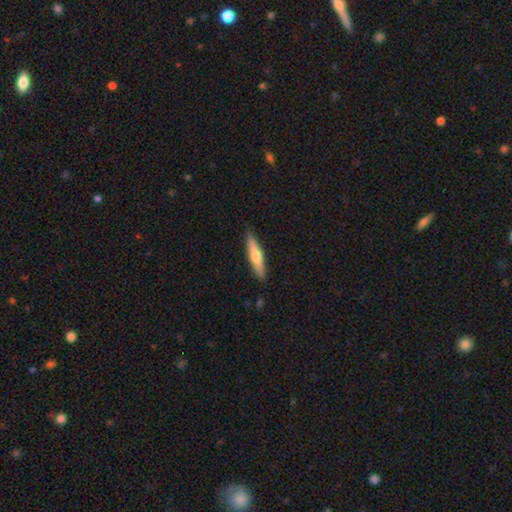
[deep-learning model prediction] The model was most divided on "smooth or featured": smooth: 58%, featured or disk: 37%, star or artifact: 5%. More confident: merging — none (88%); how rounded — cigar-shaped (84%).